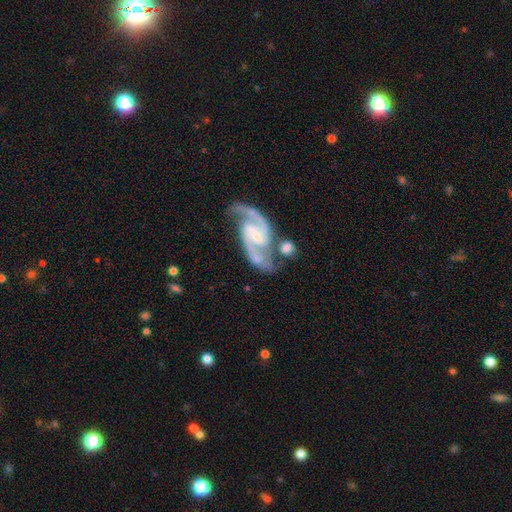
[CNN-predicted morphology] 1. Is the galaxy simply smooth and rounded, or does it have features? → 92% featured or disk, 4% star or artifact, 4% smooth.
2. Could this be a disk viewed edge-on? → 97% no, 3% yes.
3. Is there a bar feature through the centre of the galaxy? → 50% weak, 26% strong, 24% no.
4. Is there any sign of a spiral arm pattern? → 98% yes, 2% no.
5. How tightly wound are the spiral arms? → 62% medium, 22% loose, 15% tight.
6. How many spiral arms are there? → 94% 2, 2% can't tell, 1% 3, 1% 1, 1% 4, 1% more than 4.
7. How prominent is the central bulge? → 50% small, 27% moderate, 19% none, 3% large, 1% dominant.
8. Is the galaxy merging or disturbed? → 65% none, 17% minor disturbance, 11% merger, 7% major disturbance.